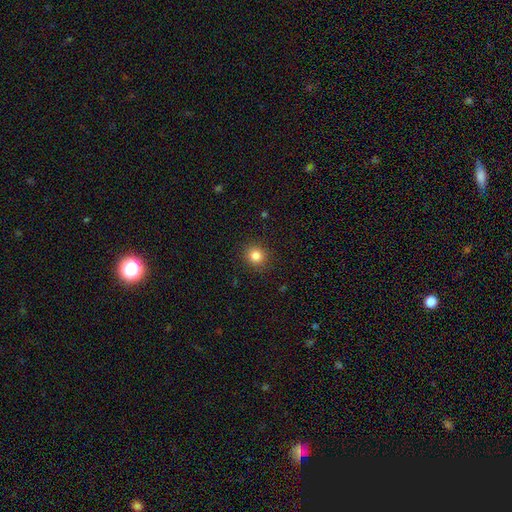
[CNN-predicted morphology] smooth 84%, star or artifact 12%, featured or disk 5%. Down the decision tree: how rounded — round (87%); merging — none (90%).